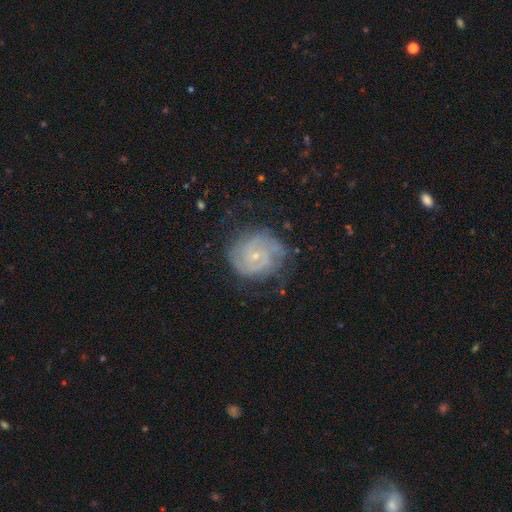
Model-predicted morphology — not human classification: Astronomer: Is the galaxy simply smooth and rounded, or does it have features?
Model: featured or disk — 82%.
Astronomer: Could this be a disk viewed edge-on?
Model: no — 98%.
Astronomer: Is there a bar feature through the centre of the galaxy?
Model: no — 64%.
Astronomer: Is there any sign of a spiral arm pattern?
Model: yes — 94%.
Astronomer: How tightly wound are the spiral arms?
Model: tight — 61%.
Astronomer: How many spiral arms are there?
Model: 2 — 48% (runner-up: can't tell, 25%).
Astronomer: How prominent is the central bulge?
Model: small — 78%.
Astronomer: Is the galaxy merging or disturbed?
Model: none — 71%.